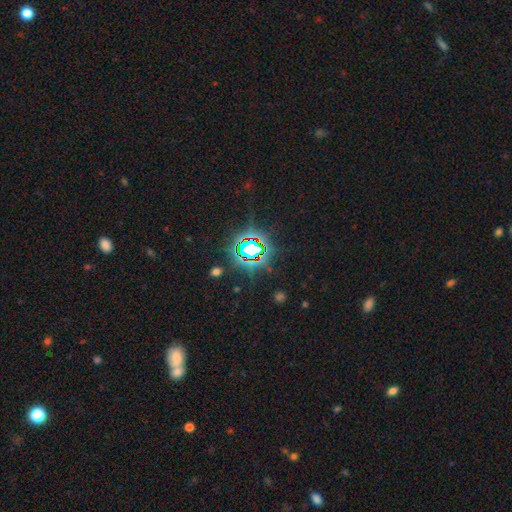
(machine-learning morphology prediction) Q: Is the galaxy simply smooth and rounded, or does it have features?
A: star or artifact — 79%.